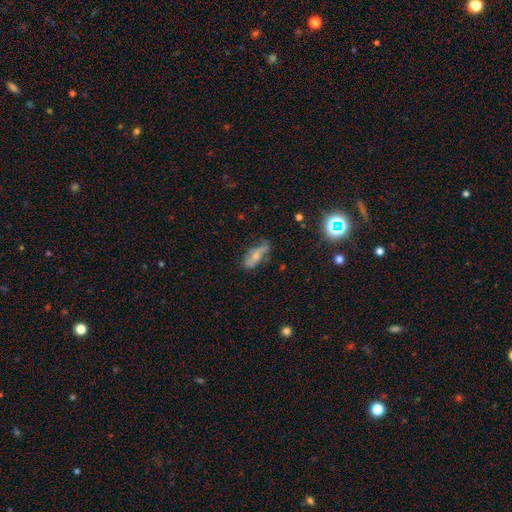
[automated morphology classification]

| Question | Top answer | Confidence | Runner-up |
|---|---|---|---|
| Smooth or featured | smooth | 54% | featured or disk (35%) |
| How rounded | in between | 68% | cigar-shaped (28%) |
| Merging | none | 52% | minor disturbance (31%) |